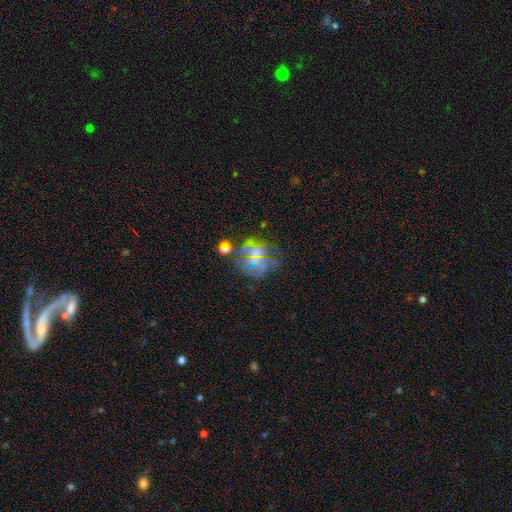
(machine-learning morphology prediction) Smooth or featured?
  - featured or disk: 37% *
  - smooth: 36%
  - star or artifact: 27%
Merging?
  - none: 56% *
  - minor disturbance: 20%
  - major disturbance: 15%
  - merger: 8%